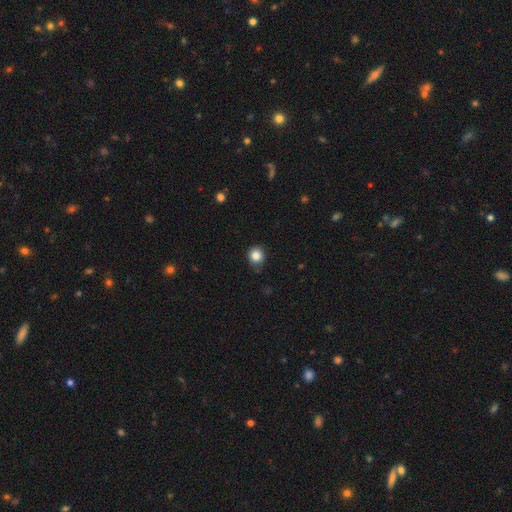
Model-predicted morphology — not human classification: Overall: smooth (85%). How rounded: round (89%). Merging: none (83%).